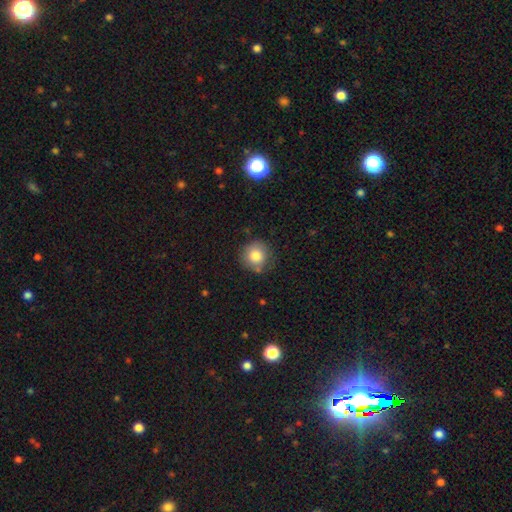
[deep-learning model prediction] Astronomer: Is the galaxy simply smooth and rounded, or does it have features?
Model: smooth — 80%.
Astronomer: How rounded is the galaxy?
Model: round — 92%.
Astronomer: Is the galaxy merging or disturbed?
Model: none — 78%.